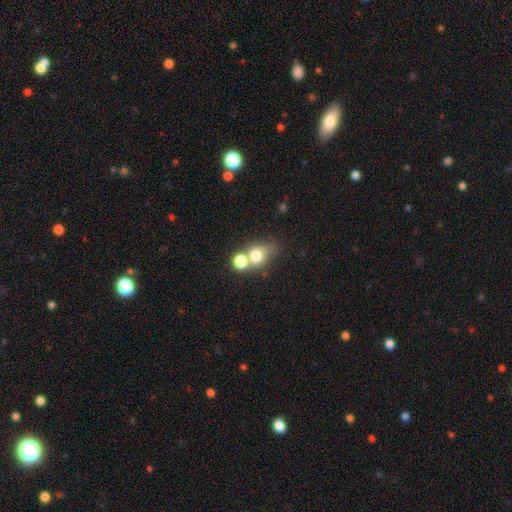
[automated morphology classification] smooth_or_featured: smooth (p=0.72) [alt: featured or disk p=0.16]
how_rounded: round (p=0.54) [alt: in between p=0.44]
merging: merger (p=0.55) [alt: none p=0.30]